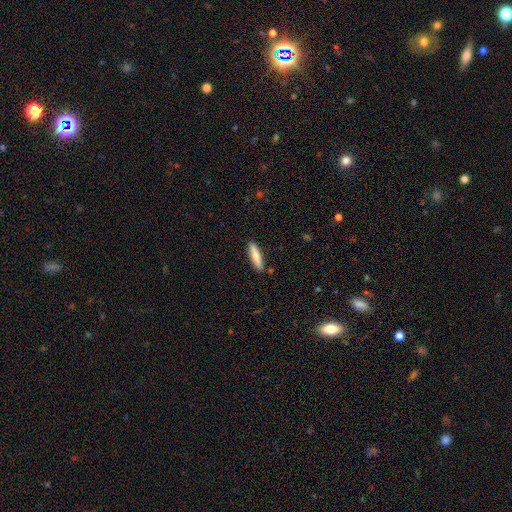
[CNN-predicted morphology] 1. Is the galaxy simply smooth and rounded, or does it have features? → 76% smooth, 19% featured or disk, 6% star or artifact.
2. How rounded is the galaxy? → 79% cigar-shaped, 19% in between, 1% round.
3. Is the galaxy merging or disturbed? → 88% none, 8% minor disturbance, 2% merger, 2% major disturbance.